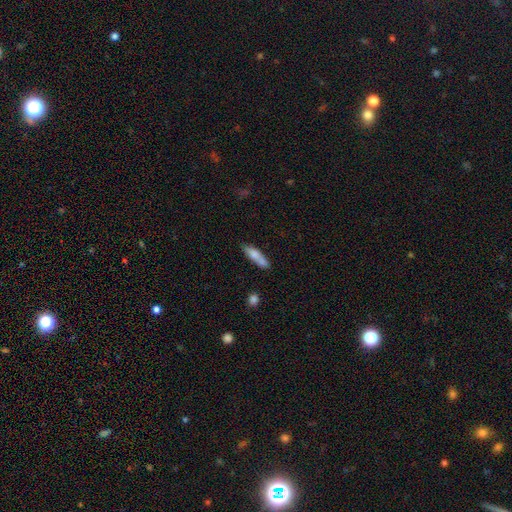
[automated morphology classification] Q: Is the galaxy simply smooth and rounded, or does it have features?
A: smooth — 73%.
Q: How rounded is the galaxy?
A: cigar-shaped — 61%.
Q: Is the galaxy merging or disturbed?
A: none — 56%.